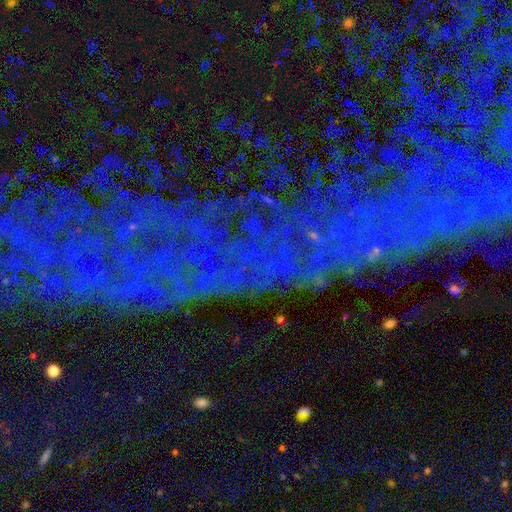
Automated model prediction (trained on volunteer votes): Smooth or featured: star or artifact — 77% (featured or disk — 13%)